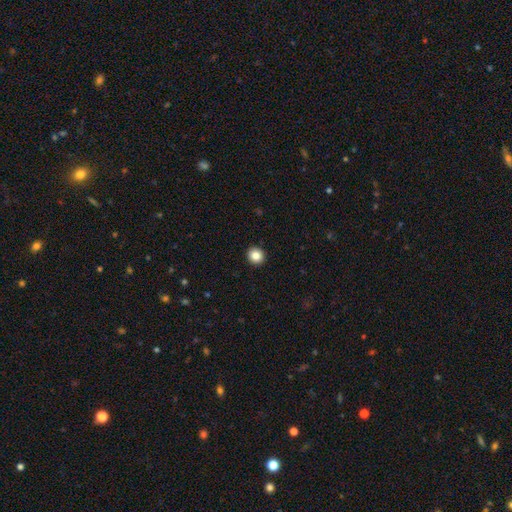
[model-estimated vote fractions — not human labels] Smooth or featured?
  - smooth: 85% *
  - star or artifact: 10%
  - featured or disk: 6%
How rounded?
  - round: 89% *
  - in between: 10%
  - cigar-shaped: 1%
Merging?
  - none: 93% *
  - minor disturbance: 4%
  - major disturbance: 1%
  - merger: 1%